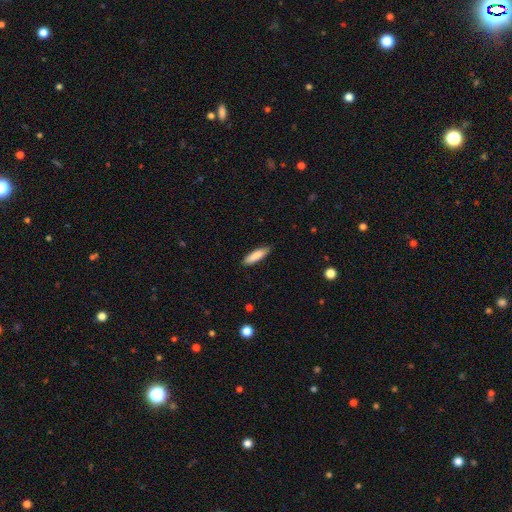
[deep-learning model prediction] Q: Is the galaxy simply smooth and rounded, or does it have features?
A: smooth — 87%.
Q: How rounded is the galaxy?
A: cigar-shaped — 62%.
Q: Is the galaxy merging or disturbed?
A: none — 85%.